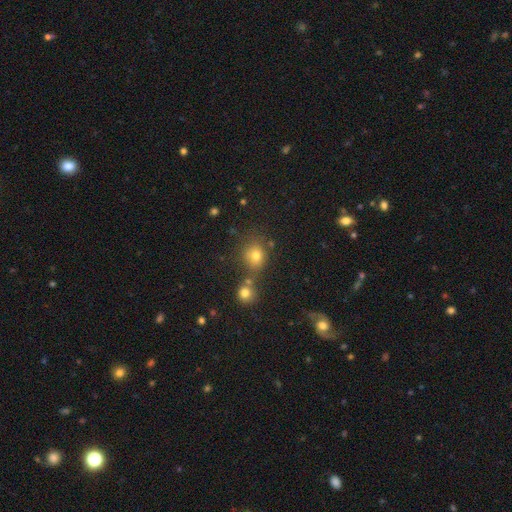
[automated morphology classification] A smooth galaxy with no disk features (71%) that is round (77%).

Vote fractions:
- Smooth or featured? smooth: 71% / star or artifact: 19% / featured or disk: 10%
- How rounded? round: 77% / in between: 22% / cigar-shaped: 1%
- Merging? none: 65% / merger: 18% / minor disturbance: 12% / major disturbance: 5%